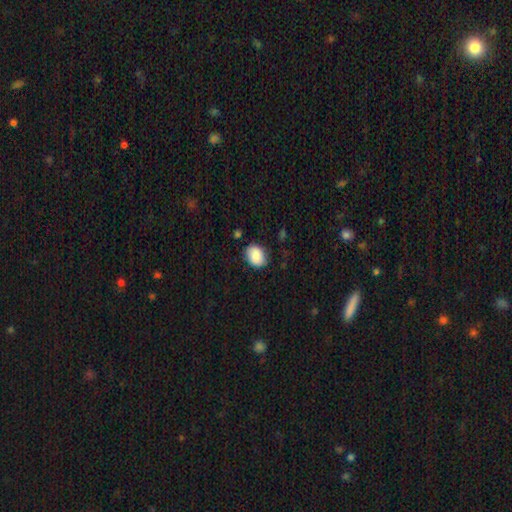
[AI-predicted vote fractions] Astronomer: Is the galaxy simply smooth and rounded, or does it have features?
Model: smooth — 88%.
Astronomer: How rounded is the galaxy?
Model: in between — 62%.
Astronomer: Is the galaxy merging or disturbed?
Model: none — 80%.